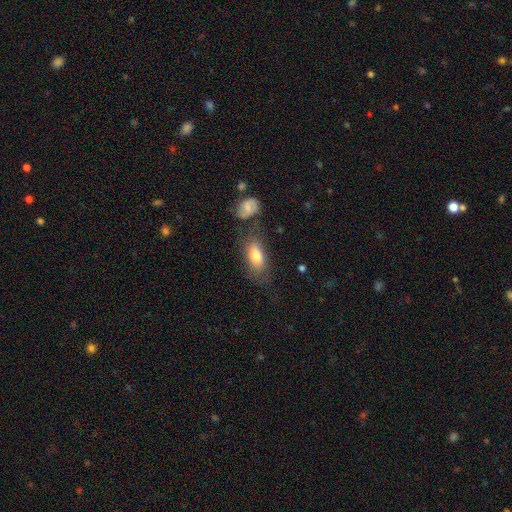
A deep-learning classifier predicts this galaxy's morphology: This is likely a smooth galaxy (77%). How rounded: clearly in between (88%). Merging: likely none (62%).